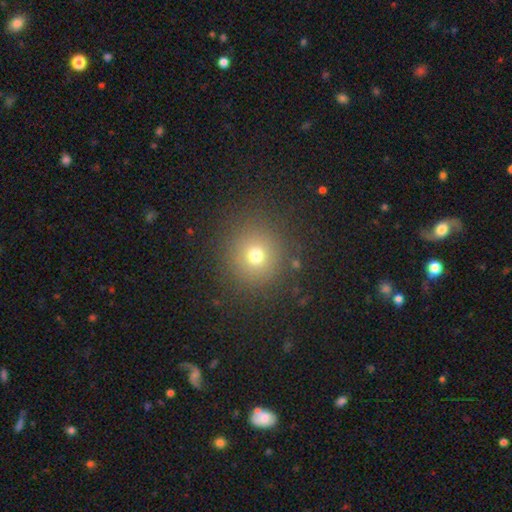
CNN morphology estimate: Smooth or featured? Predicted: smooth (p=0.70). How rounded? Predicted: round (p=0.92). Merging? Predicted: none (p=0.86).